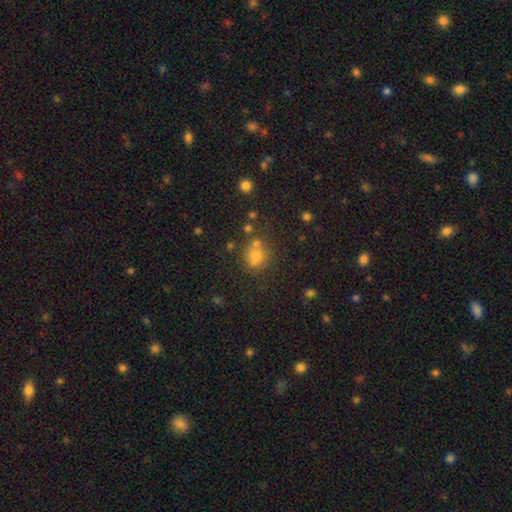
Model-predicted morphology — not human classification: The model was most divided on "merging": none: 60%, merger: 18%, minor disturbance: 15%, major disturbance: 6%. More confident: how rounded — round (76%); smooth or featured — smooth (72%).